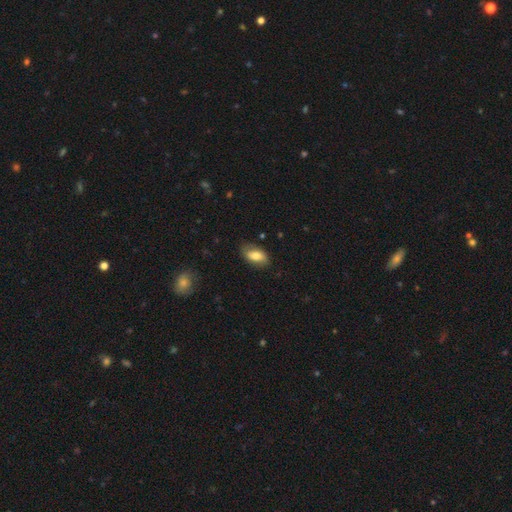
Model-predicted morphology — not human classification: Smooth or featured? Predicted: smooth (p=0.74). How rounded? Predicted: in between (p=0.92). Merging? Predicted: none (p=0.74).